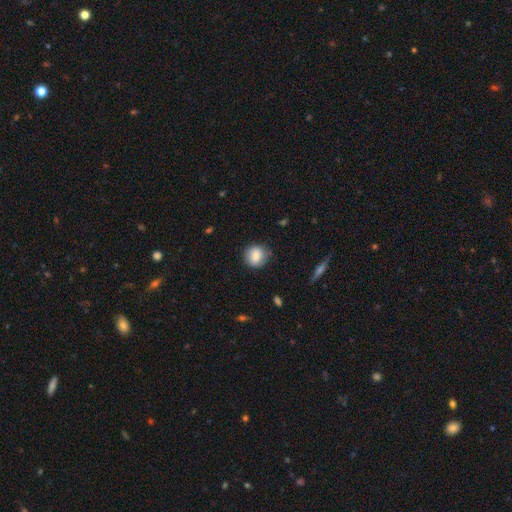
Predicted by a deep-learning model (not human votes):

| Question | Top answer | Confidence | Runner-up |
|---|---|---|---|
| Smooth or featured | smooth | 83% | featured or disk (9%) |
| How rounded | round | 86% | in between (13%) |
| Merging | none | 84% | minor disturbance (12%) |